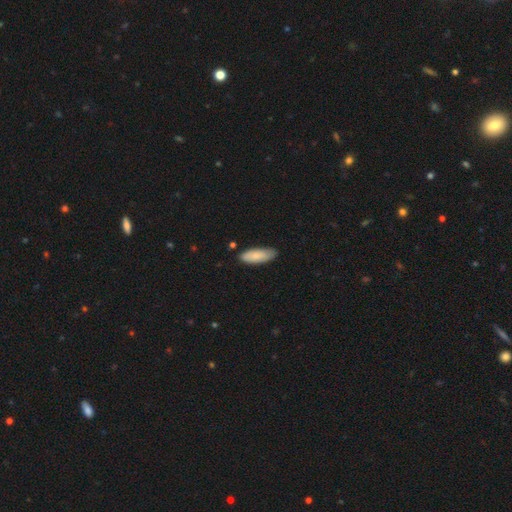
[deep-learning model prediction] This appears to be a smooth galaxy with no disk features (81%) that is in between round and cigar-shaped (71%). Merging: none (78%).